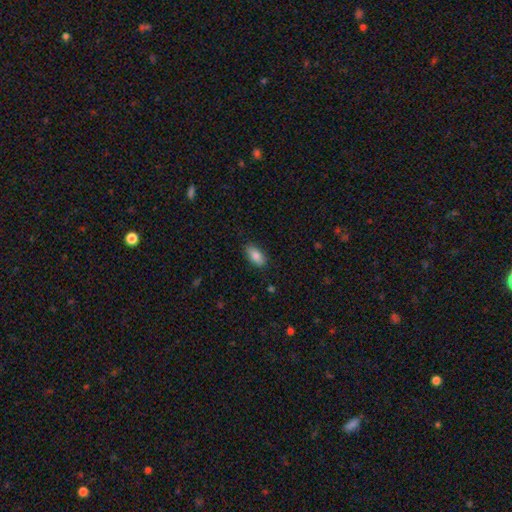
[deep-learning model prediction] smooth-or-featured: smooth: 85% | featured or disk: 8% | star or artifact: 7%
  how-rounded: in between: 89% | cigar-shaped: 8% | round: 3%
  merging: none: 85% | minor disturbance: 11% | major disturbance: 2% | merger: 1%